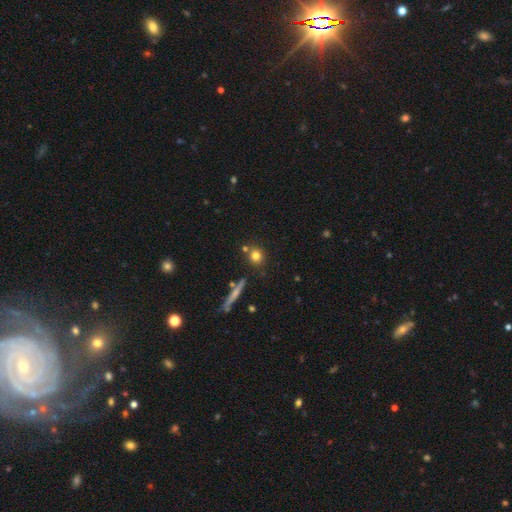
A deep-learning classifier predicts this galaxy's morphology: This is likely a smooth galaxy (77%). How rounded: clearly round (85%). Merging: likely none (76%).